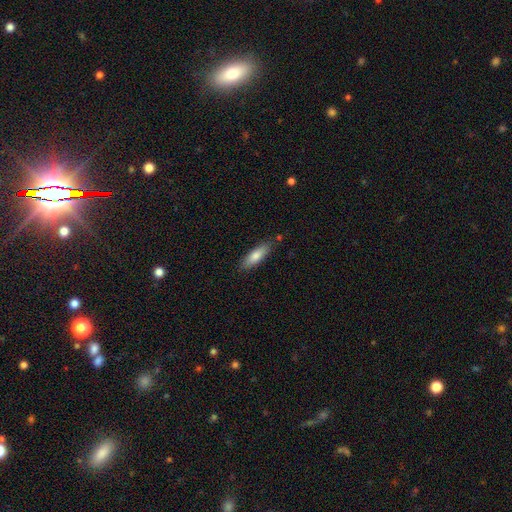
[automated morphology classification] Smooth or featured: smooth — 78% (featured or disk — 17%)
How rounded: cigar-shaped — 56% (in between — 43%)
Merging: none — 83% (minor disturbance — 13%)